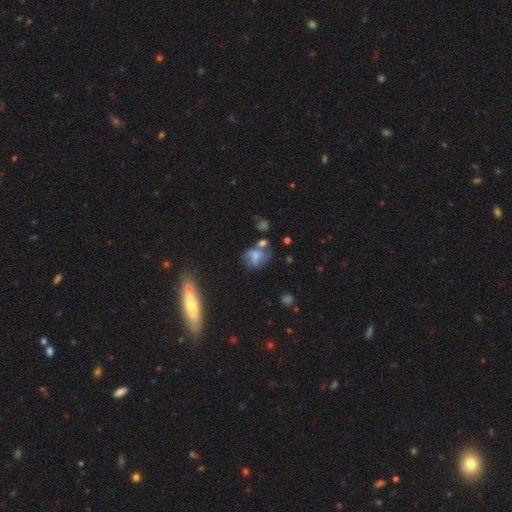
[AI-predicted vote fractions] The model was most divided on "smooth or featured": smooth: 49%, featured or disk: 37%, star or artifact: 14%. Remaining: merging — none (42%).